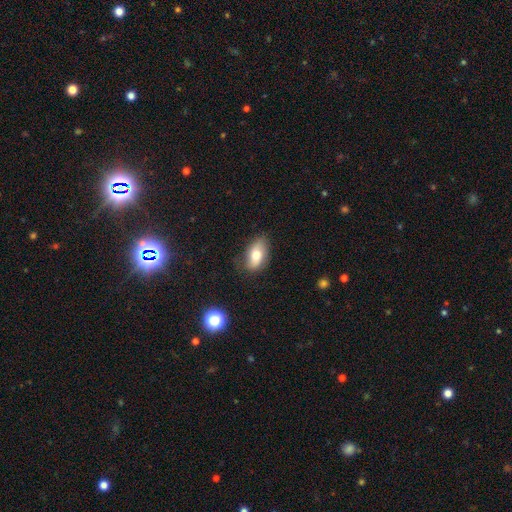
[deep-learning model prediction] A smooth galaxy with no disk features (70%) that is in between round and cigar-shaped (91%). Merging: none (74%).